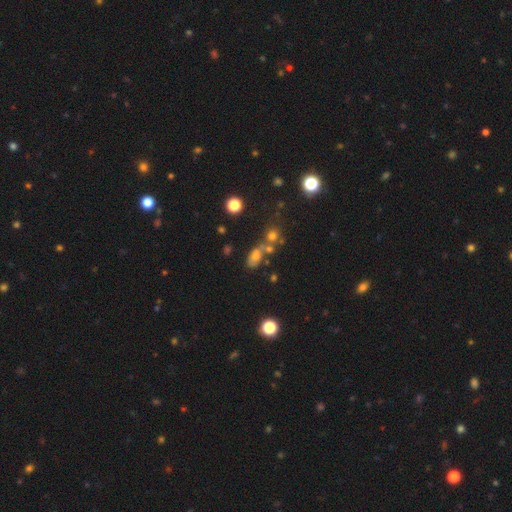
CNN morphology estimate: smooth_or_featured: smooth (p=0.59) [alt: star or artifact p=0.22]
how_rounded: in between (p=0.74) [alt: round p=0.20]
merging: none (p=0.44) [alt: merger p=0.32]